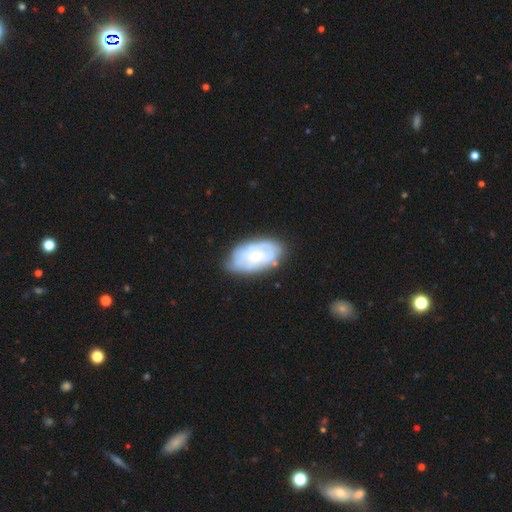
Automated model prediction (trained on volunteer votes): This is possibly a featured or disk galaxy (58%). It is clearly not viewed edge-on (95%). Bar: likely no (74%). Spiral arm pattern: likely yes (67%). Central bulge: possibly small (57%). Merging: likely none (66%).